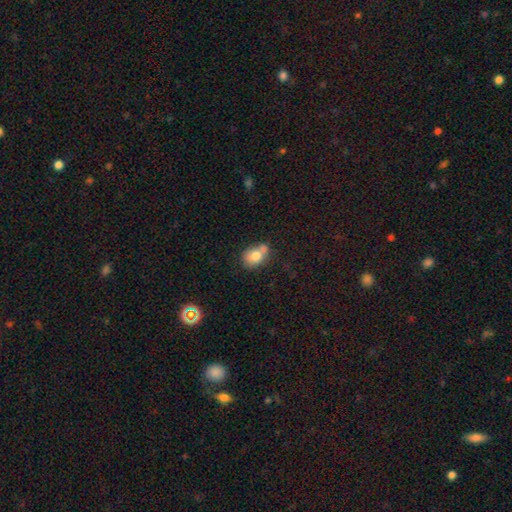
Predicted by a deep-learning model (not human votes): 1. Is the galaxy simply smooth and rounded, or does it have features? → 77% smooth, 14% featured or disk, 9% star or artifact.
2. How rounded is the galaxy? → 57% in between, 42% round, 1% cigar-shaped.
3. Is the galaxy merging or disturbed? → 45% none, 31% merger, 19% minor disturbance, 6% major disturbance.